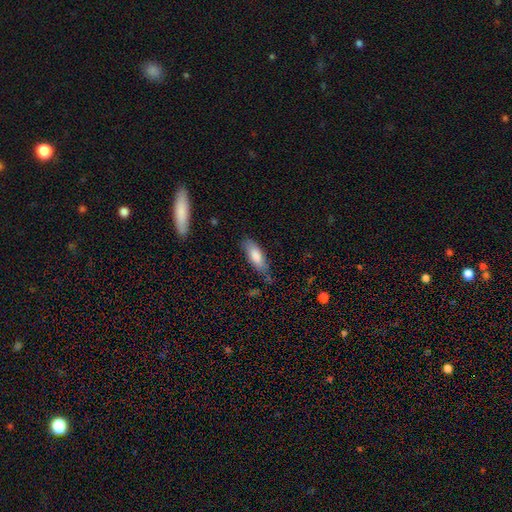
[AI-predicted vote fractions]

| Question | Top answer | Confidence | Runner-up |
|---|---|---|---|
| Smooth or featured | smooth | 79% | featured or disk (15%) |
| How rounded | in between | 63% | cigar-shaped (35%) |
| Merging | none | 71% | minor disturbance (21%) |